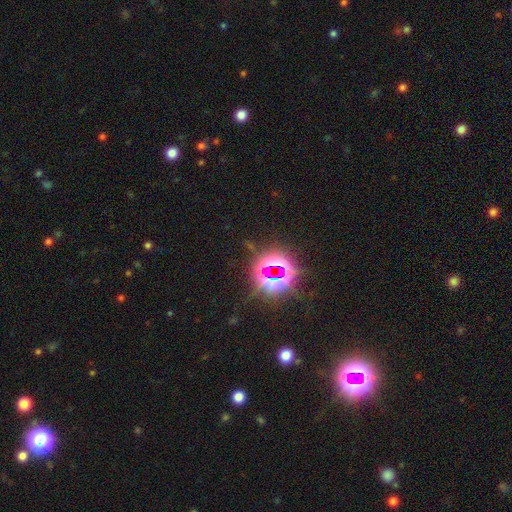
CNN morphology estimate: Smooth or featured: star or artifact — 82% (smooth — 12%)